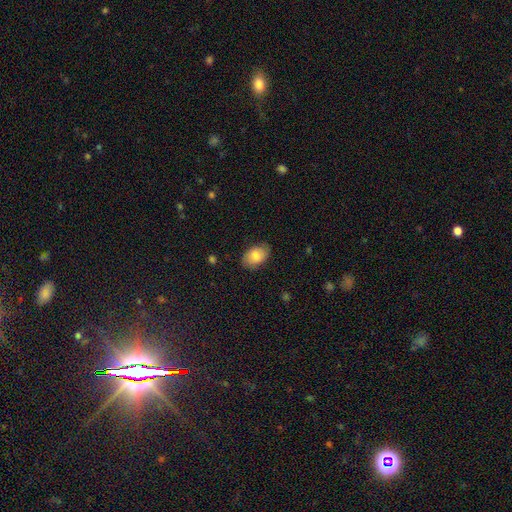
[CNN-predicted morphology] Overall: smooth (76%). How rounded: in between (88%). Merging: none (81%).